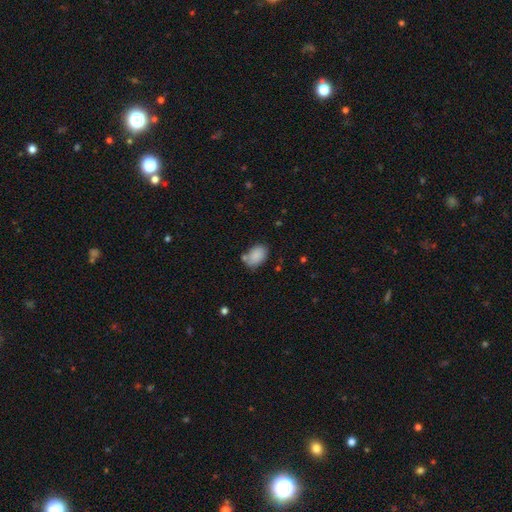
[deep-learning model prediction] Q: Smooth or featured?
A: smooth (86%); runner-up: star or artifact (7%)
Q: How rounded?
A: in between (86%); runner-up: round (13%)
Q: Merging?
A: none (65%); runner-up: minor disturbance (20%)